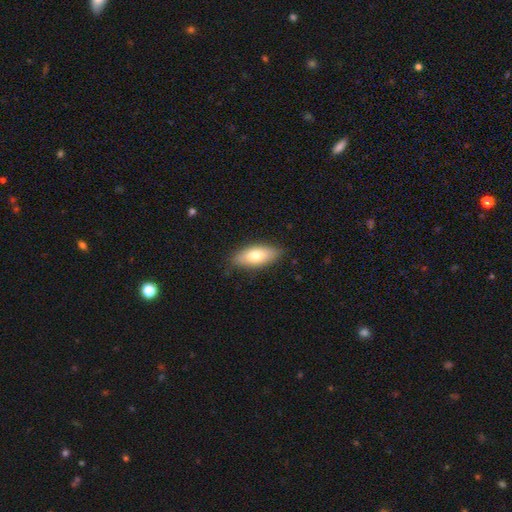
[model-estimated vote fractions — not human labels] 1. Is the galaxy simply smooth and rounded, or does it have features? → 73% smooth, 21% featured or disk, 6% star or artifact.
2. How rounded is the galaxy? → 82% in between, 16% cigar-shaped, 3% round.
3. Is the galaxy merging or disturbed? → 84% none, 13% minor disturbance, 2% major disturbance, 1% merger.